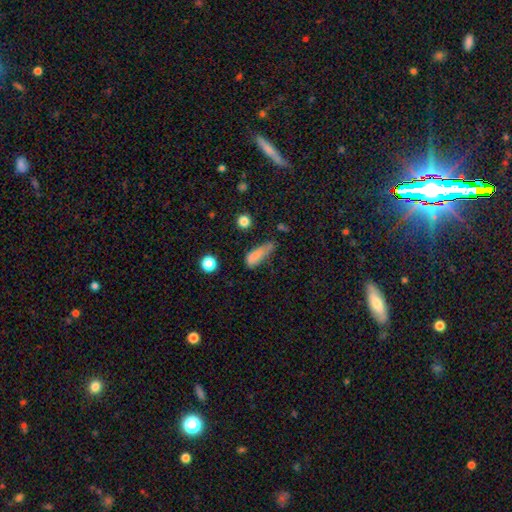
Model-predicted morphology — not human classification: Smooth or featured?
  - smooth: 75% *
  - star or artifact: 13%
  - featured or disk: 12%
How rounded?
  - in between: 56% *
  - cigar-shaped: 38%
  - round: 6%
Merging?
  - minor disturbance: 35% *
  - none: 31%
  - major disturbance: 26%
  - merger: 8%